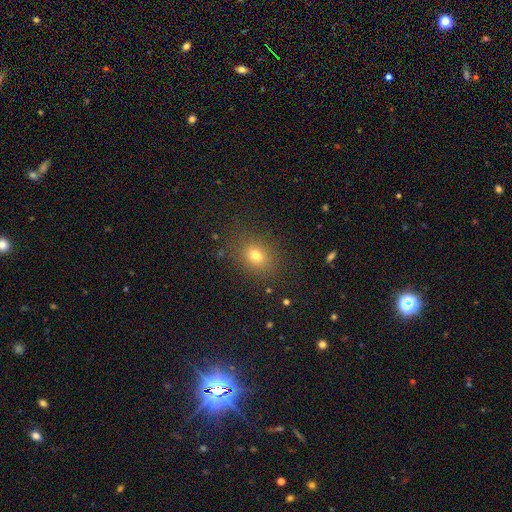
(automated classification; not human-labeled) smooth-or-featured: smooth: 74% | star or artifact: 16% | featured or disk: 9%
  how-rounded: round: 52% | in between: 46% | cigar-shaped: 1%
  merging: none: 84% | minor disturbance: 10% | major disturbance: 4% | merger: 2%